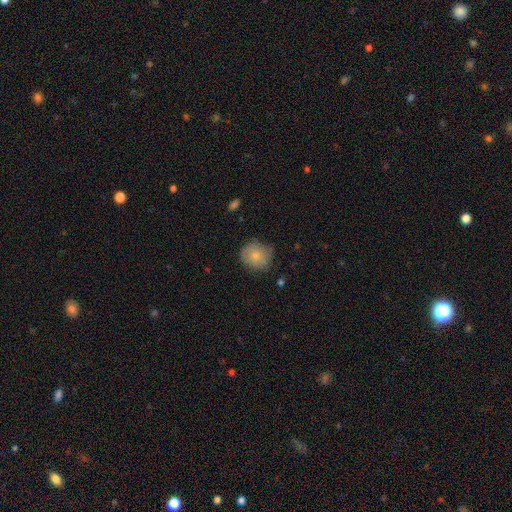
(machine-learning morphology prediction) Smooth or featured?
  - smooth: 78% *
  - featured or disk: 14%
  - star or artifact: 7%
How rounded?
  - round: 83% *
  - in between: 16%
  - cigar-shaped: 1%
Merging?
  - none: 69% *
  - minor disturbance: 24%
  - major disturbance: 5%
  - merger: 1%